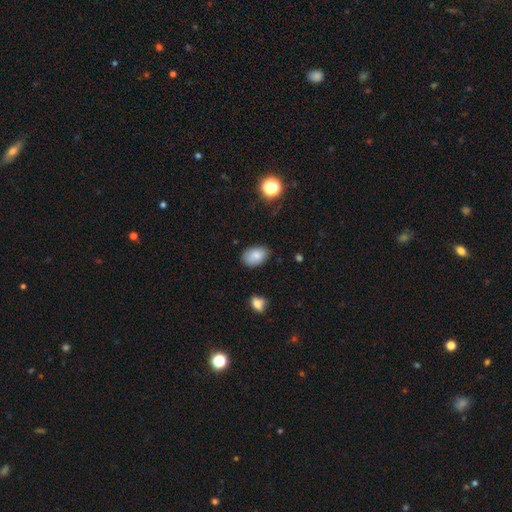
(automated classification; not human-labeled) A smooth galaxy with no disk features (82%) that is in between round and cigar-shaped (87%).

Vote fractions:
- Smooth or featured? smooth: 82% / featured or disk: 9% / star or artifact: 9%
- How rounded? in between: 87% / round: 11% / cigar-shaped: 1%
- Merging? none: 76% / minor disturbance: 19% / major disturbance: 3% / merger: 2%